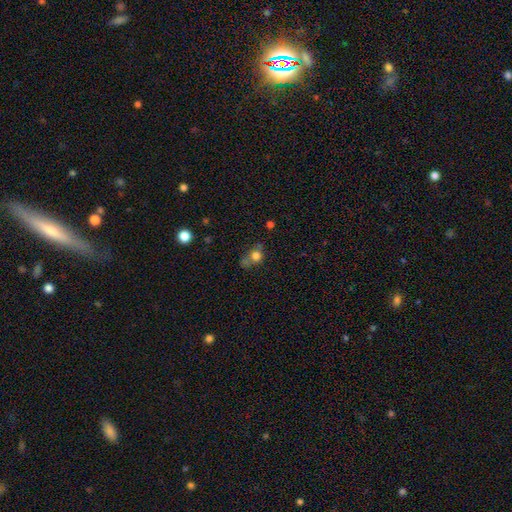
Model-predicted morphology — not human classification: The model was most divided on "merging": none: 43%, merger: 22%, minor disturbance: 21%, major disturbance: 14%. More confident: how rounded — round (72%); smooth or featured — smooth (72%).